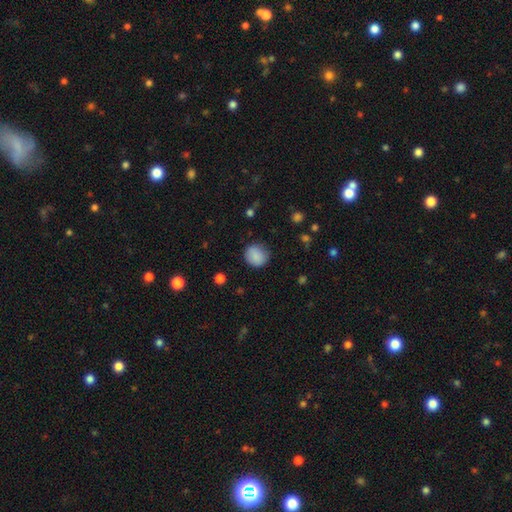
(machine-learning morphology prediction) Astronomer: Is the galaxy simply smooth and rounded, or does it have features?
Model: smooth — 87%.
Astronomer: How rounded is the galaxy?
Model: round — 84%.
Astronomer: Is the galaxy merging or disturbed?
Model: none — 85%.